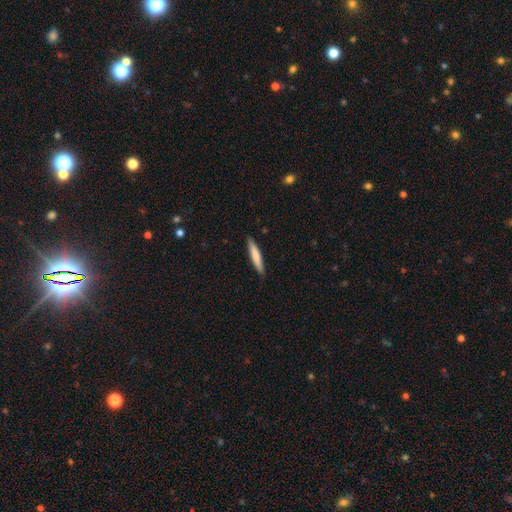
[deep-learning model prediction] Smooth or featured?
  - smooth: 76% *
  - featured or disk: 18%
  - star or artifact: 5%
How rounded?
  - cigar-shaped: 92% *
  - in between: 7%
  - round: 1%
Merging?
  - none: 89% *
  - minor disturbance: 9%
  - major disturbance: 2%
  - merger: 1%